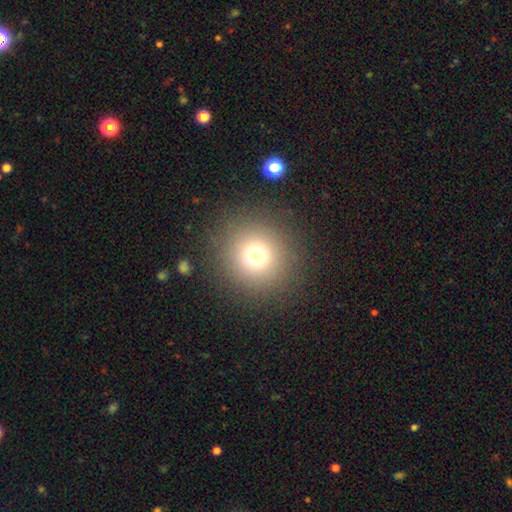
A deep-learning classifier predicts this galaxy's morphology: This appears to be a smooth galaxy with no disk features (70%) that is round (95%). Merging: none (88%).